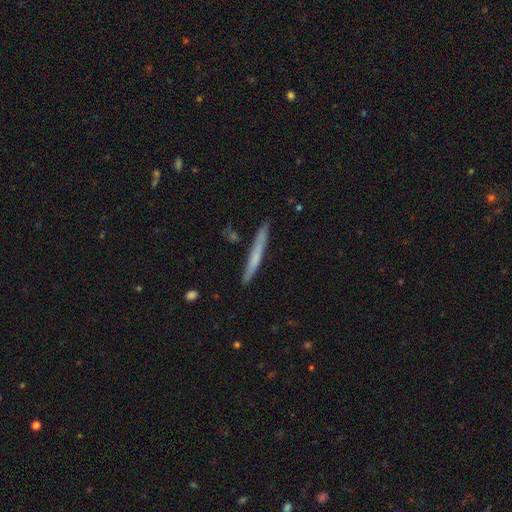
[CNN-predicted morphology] A smooth galaxy with no disk features (55%) that is cigar-shaped (97%). Merging: none (88%).